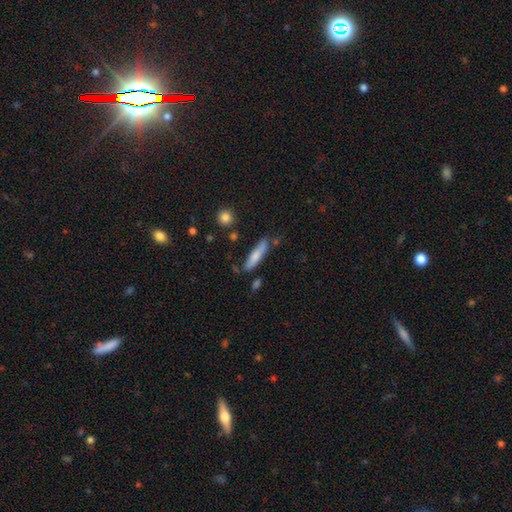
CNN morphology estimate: Smooth or featured? Predicted: smooth (p=0.73). How rounded? Predicted: cigar-shaped (p=0.81). Merging? Predicted: none (p=0.73).